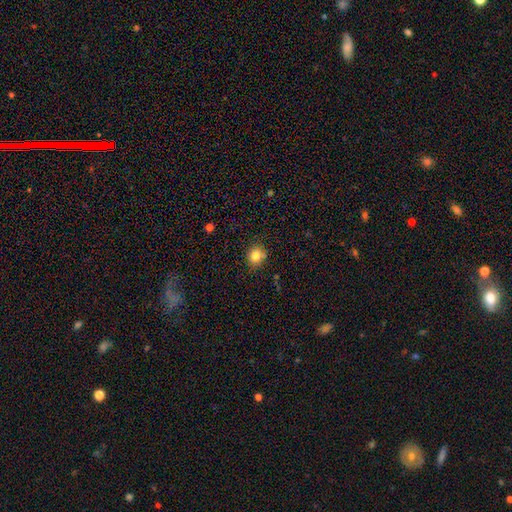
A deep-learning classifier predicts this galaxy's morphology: A smooth galaxy with no disk features (83%) that is round (74%).

Vote fractions:
- Smooth or featured? smooth: 83% / star or artifact: 11% / featured or disk: 7%
- How rounded? round: 74% / in between: 25% / cigar-shaped: 1%
- Merging? none: 82% / minor disturbance: 12% / merger: 4% / major disturbance: 3%